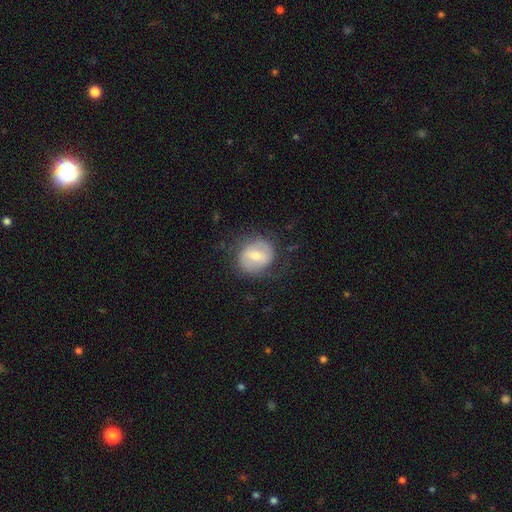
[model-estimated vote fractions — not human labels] A featured or disk galaxy (47%). Merging: none (67%).